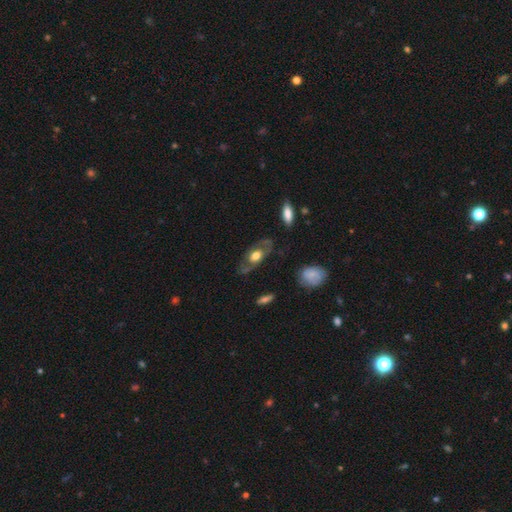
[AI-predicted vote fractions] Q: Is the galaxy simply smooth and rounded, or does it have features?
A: featured or disk — 53%.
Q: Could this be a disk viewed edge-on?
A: no — 80%.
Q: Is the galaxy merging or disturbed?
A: none — 68%.